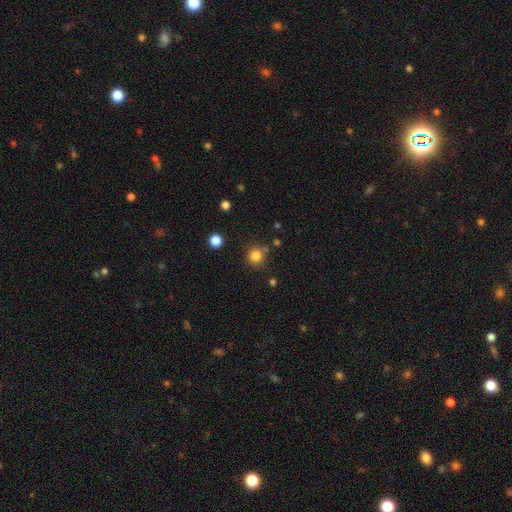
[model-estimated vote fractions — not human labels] The model was most divided on "smooth or featured": smooth: 83%, star or artifact: 13%, featured or disk: 5%. More confident: how rounded — round (93%); merging — none (80%).